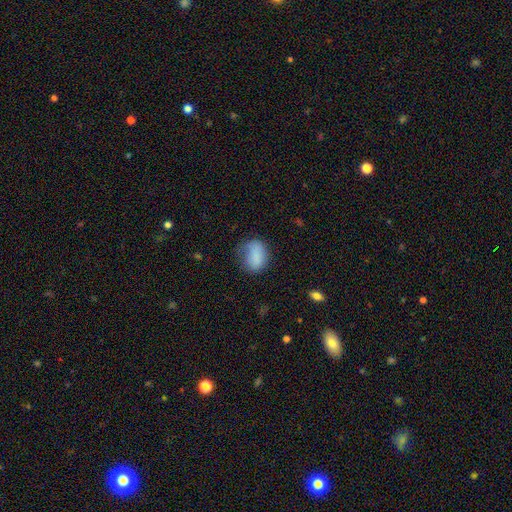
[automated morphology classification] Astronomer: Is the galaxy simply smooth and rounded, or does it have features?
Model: smooth — 81%.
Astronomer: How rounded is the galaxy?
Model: in between — 67%.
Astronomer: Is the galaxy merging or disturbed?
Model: none — 48% (runner-up: minor disturbance, 31%).